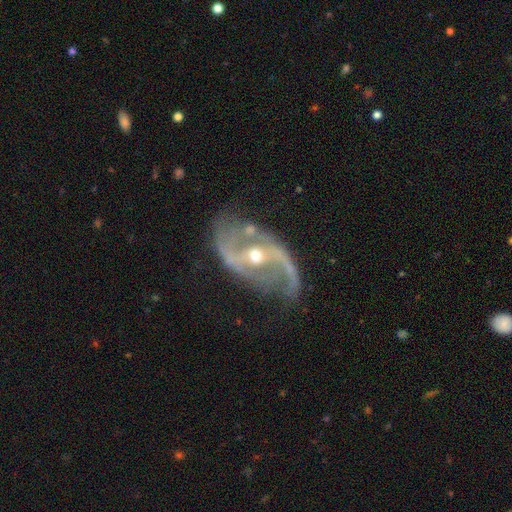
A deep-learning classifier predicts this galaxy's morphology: smooth-or-featured: featured or disk: 91% | star or artifact: 5% | smooth: 4%
  disk-edge-on: no: 96% | yes: 4%
    bar: weak: 38% | strong: 37% | no: 26%
    has-spiral-arms: yes: 95% | no: 5%
      spiral-winding: loose: 47% | medium: 41% | tight: 12%
      spiral-arm-count: 2: 90% | can't tell: 3% | 1: 2% | 3: 2% | 4: 1% | more than 4: 1%
    bulge-size: moderate: 64% | small: 31% | large: 3% | none: 1% | dominant: 1%
  merging: none: 64% | minor disturbance: 20% | major disturbance: 13% | merger: 4%